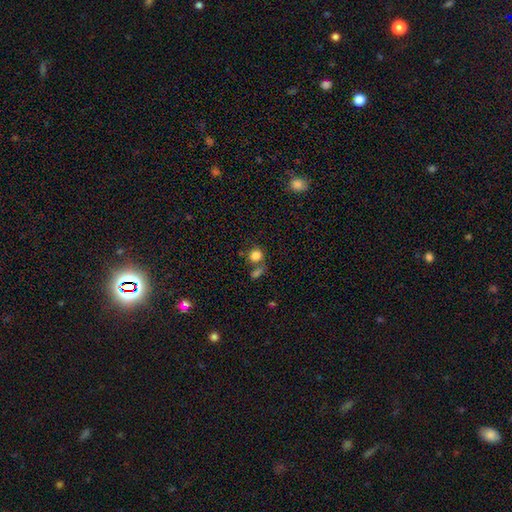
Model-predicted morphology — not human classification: Smooth or featured? Predicted: smooth (p=0.82). How rounded? Predicted: round (p=0.82). Merging? Predicted: none (p=0.54).